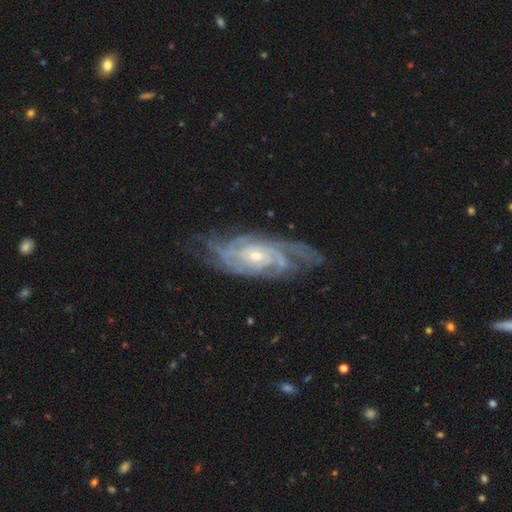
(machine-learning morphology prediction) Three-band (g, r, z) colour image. It shows a featured or disk galaxy (88%) with no bar (66%), tight (68%) spiral arms (97%) and a small central bulge (64%). Merging: none (72%).